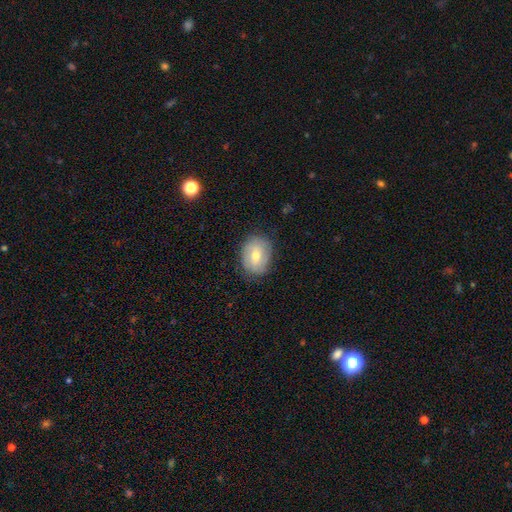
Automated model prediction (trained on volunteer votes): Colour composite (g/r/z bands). It shows a smooth galaxy with no disk features (61%) that is in between round and cigar-shaped (64%). Merging: none (77%).